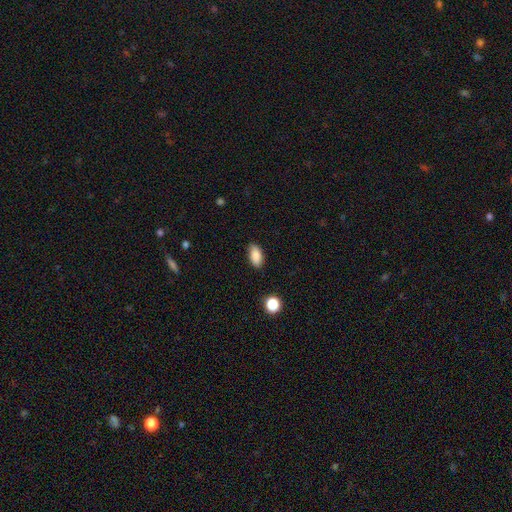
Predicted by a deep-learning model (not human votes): Smooth or featured? Predicted: smooth (p=0.87). How rounded? Predicted: in between (p=0.91). Merging? Predicted: none (p=0.84).